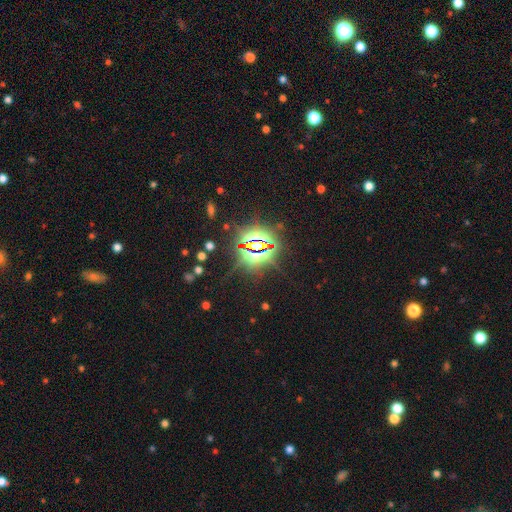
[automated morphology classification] Smooth or featured: star or artifact — 84% (smooth — 8%)